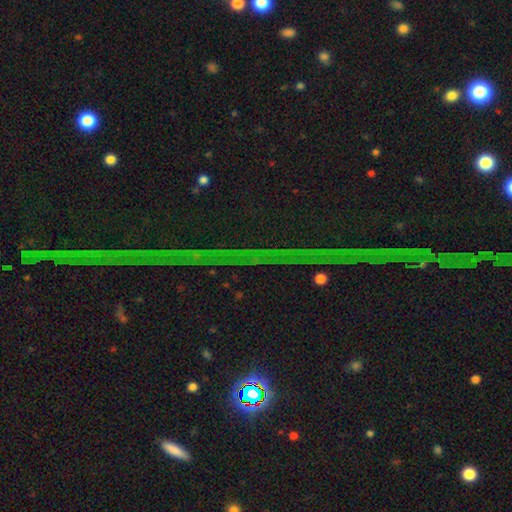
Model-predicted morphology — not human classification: This appears to be a star or artifact, not a galaxy (83%).